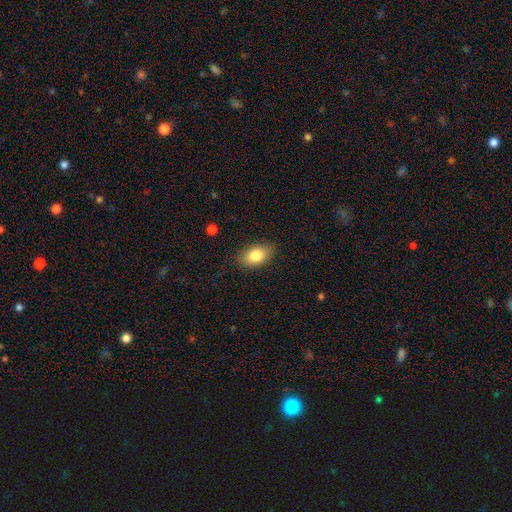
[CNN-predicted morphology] Overall: smooth (83%). How rounded: in between (89%). Merging: none (83%).